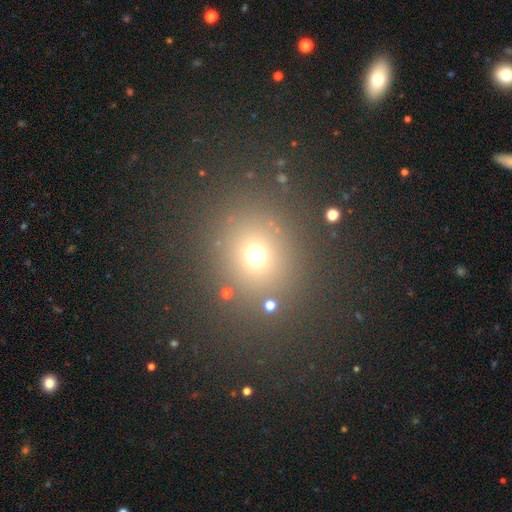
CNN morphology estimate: This appears to be a smooth galaxy with no disk features (66%) that is round (82%). Merging: none (82%).